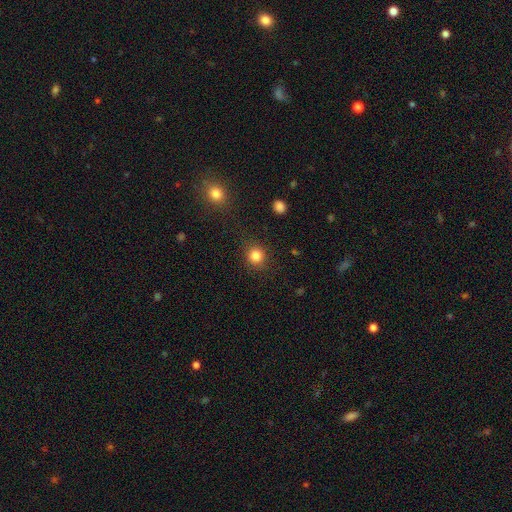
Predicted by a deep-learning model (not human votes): Smooth or featured: smooth — 83% (star or artifact — 12%)
How rounded: round — 90% (in between — 9%)
Merging: none — 87% (minor disturbance — 8%)